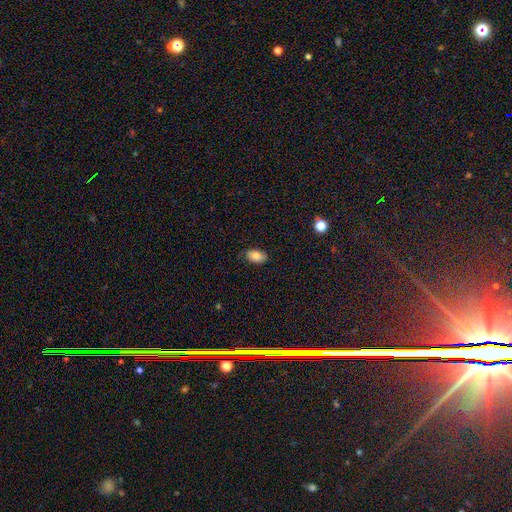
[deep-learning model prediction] Q: Smooth or featured?
A: smooth (80%); runner-up: featured or disk (12%)
Q: How rounded?
A: in between (92%); runner-up: round (7%)
Q: Merging?
A: none (76%); runner-up: minor disturbance (18%)